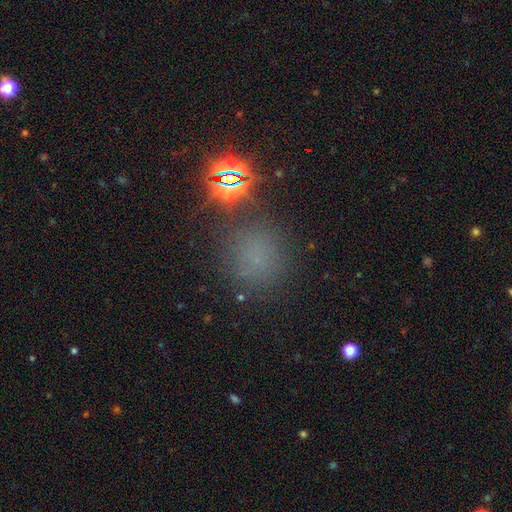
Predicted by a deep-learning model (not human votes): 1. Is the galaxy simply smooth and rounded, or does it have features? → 52% smooth, 40% star or artifact, 8% featured or disk.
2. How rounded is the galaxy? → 87% round, 12% in between, 1% cigar-shaped.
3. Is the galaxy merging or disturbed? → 78% none, 12% minor disturbance, 6% major disturbance, 5% merger.